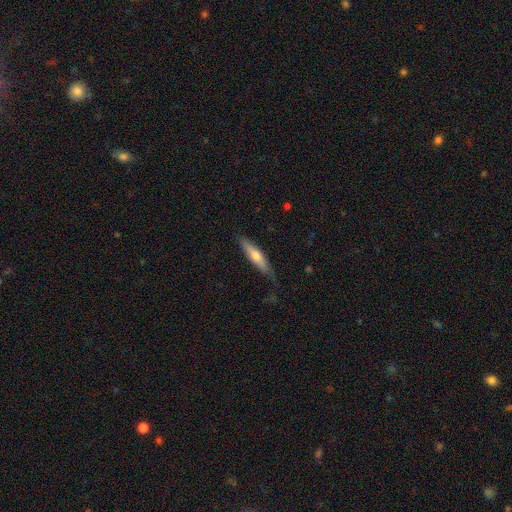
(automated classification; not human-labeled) Smooth or featured? smooth (54%)
How rounded? cigar-shaped (83%)
Merging? none (78%)